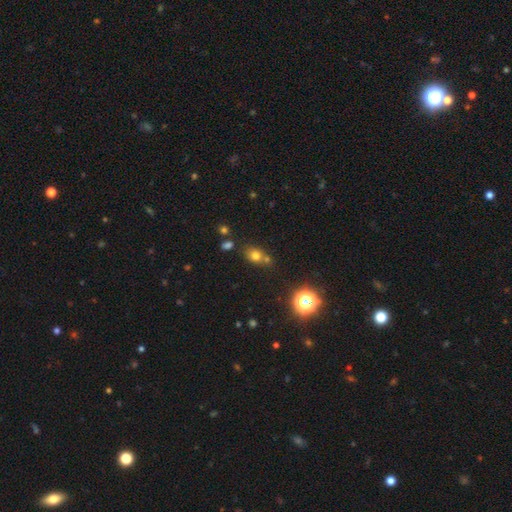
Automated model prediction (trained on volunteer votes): Overall: smooth (70%). How rounded: round (57%; in between 41%). Merging: none (58%; merger 24%).